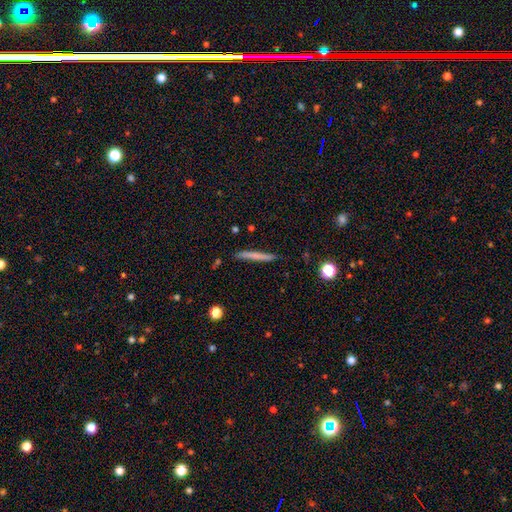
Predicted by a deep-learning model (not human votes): The model was most divided on "smooth or featured": smooth: 66%, featured or disk: 27%, star or artifact: 7%. More confident: how rounded — cigar-shaped (96%); merging — none (87%).